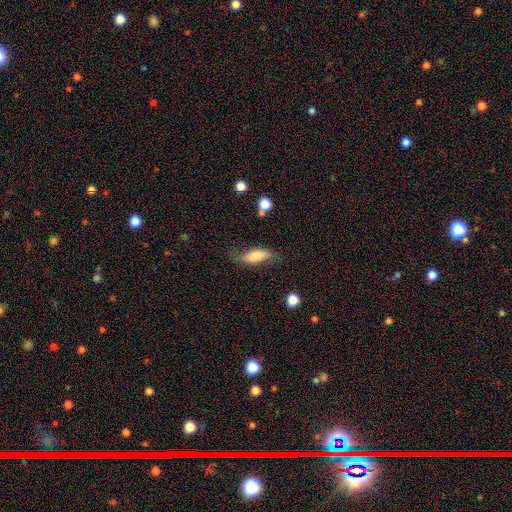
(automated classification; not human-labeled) Smooth or featured? smooth (66%)
How rounded? in between (71%)
Merging? none (62%)